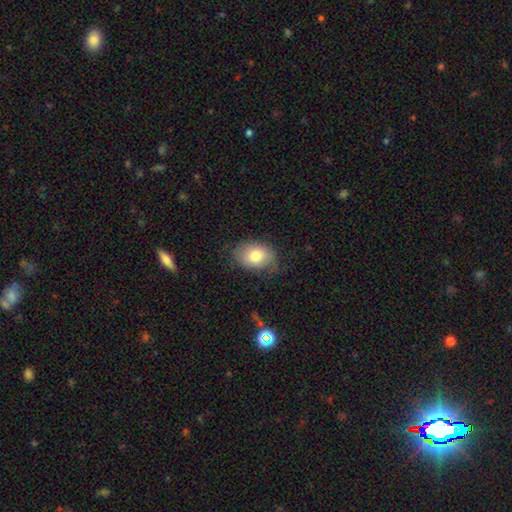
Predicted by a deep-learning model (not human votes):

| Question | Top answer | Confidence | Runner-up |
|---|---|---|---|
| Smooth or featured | smooth | 78% | featured or disk (14%) |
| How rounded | in between | 73% | round (26%) |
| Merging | none | 67% | minor disturbance (24%) |